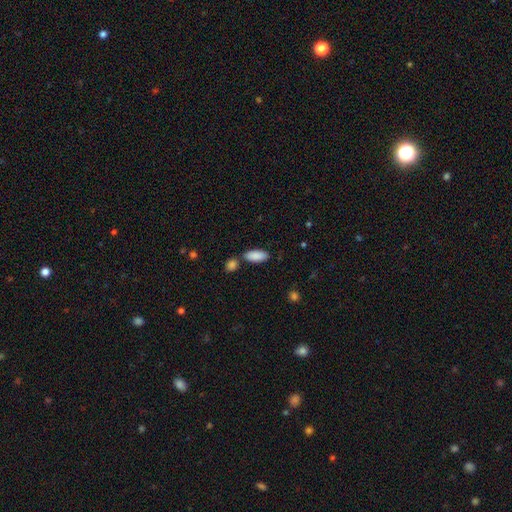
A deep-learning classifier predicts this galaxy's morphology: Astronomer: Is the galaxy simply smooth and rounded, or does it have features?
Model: smooth — 88%.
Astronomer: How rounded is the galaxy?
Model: in between — 83%.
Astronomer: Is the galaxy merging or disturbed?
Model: none — 73%.